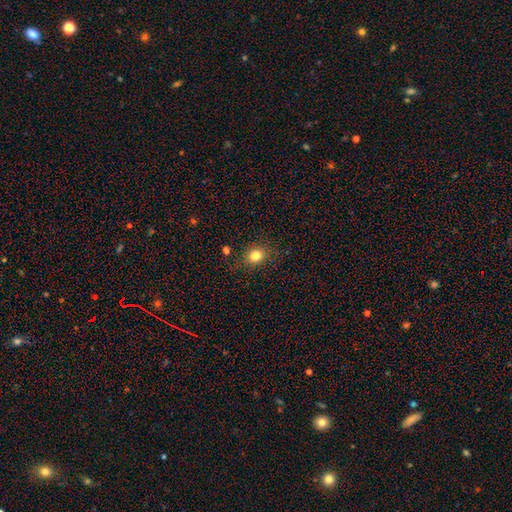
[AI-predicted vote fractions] A smooth galaxy with no disk features (80%) that is round (61%).

Vote fractions:
- Smooth or featured? smooth: 80% / star or artifact: 12% / featured or disk: 7%
- How rounded? round: 61% / in between: 38% / cigar-shaped: 1%
- Merging? none: 82% / minor disturbance: 12% / major disturbance: 4% / merger: 2%